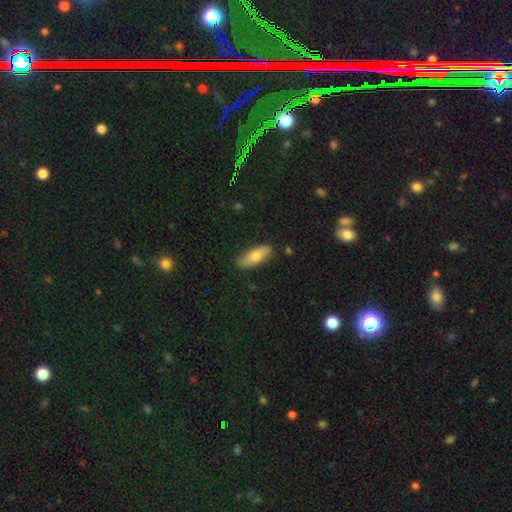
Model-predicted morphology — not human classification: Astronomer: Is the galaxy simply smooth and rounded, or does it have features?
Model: smooth — 70%.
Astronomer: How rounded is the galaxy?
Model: in between — 67%.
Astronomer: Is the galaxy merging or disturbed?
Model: none — 87%.